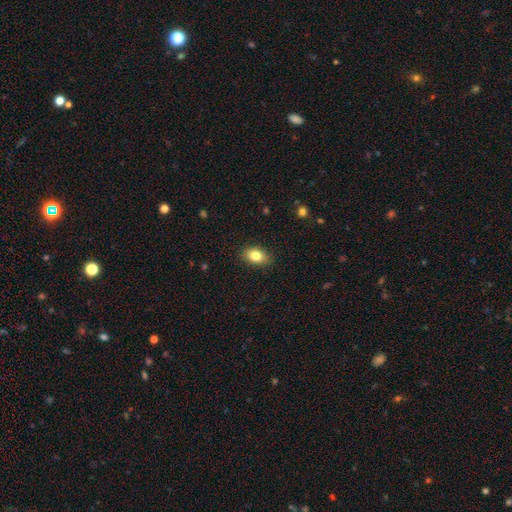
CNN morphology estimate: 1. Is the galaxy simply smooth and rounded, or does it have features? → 82% smooth, 9% featured or disk, 9% star or artifact.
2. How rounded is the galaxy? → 81% in between, 17% round, 2% cigar-shaped.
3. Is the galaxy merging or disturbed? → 86% none, 11% minor disturbance, 2% major disturbance, 1% merger.